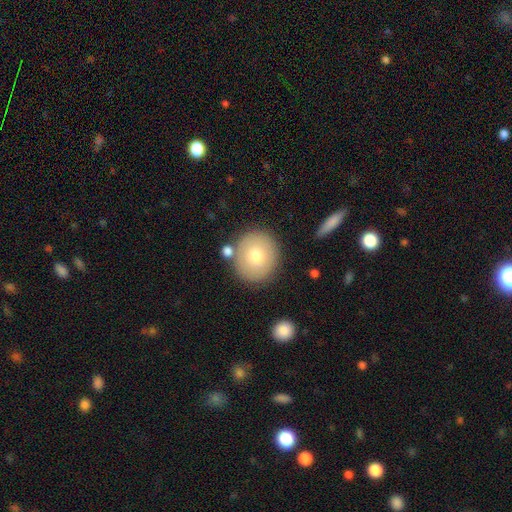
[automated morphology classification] The model was most divided on "smooth or featured": smooth: 73%, featured or disk: 19%, star or artifact: 8%. More confident: how rounded — round (88%); merging — none (81%).